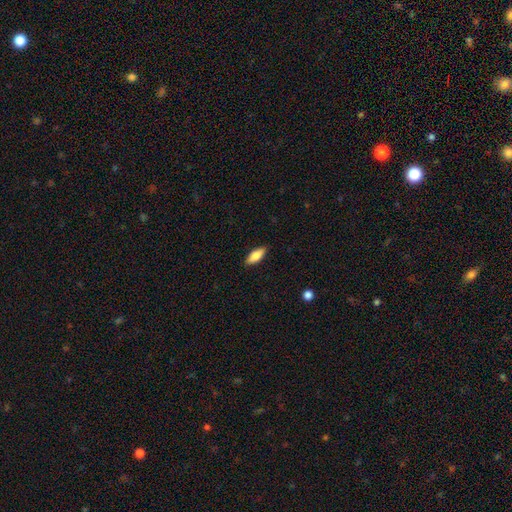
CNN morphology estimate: Smooth or featured: smooth — 81% (featured or disk — 12%)
How rounded: in between — 77% (cigar-shaped — 21%)
Merging: none — 87% (minor disturbance — 10%)